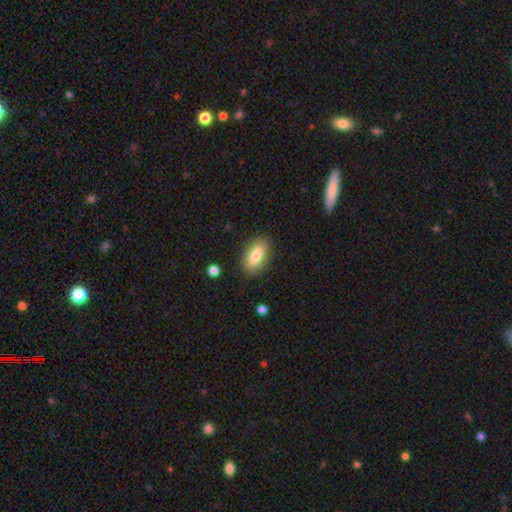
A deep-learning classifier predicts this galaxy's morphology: Smooth or featured? smooth (80%)
How rounded? in between (90%)
Merging? none (85%)